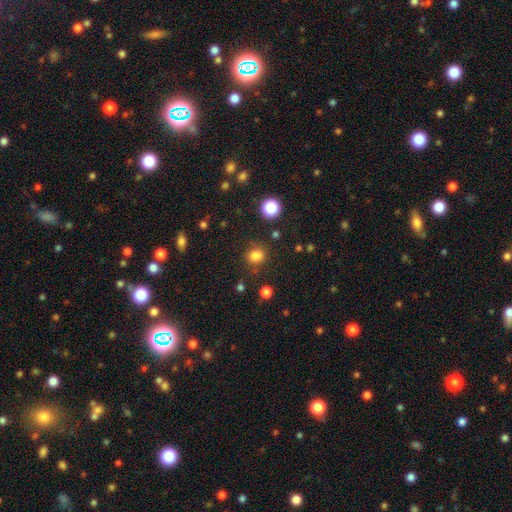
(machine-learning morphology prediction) type=smooth (81%); roundness=round (63%); merging=none (79%).